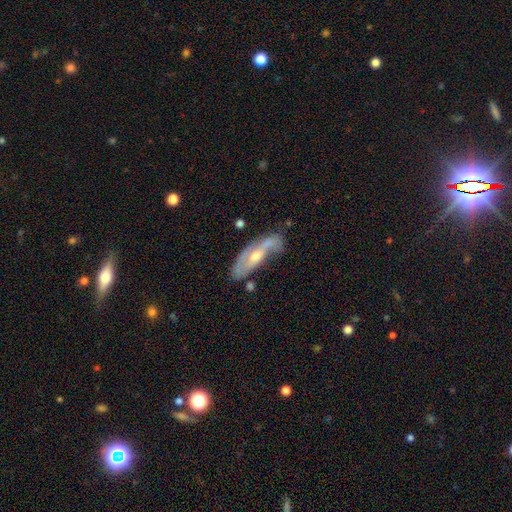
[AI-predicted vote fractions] Smooth or featured? Predicted: featured or disk (p=0.70). Edge-on disk? Predicted: no (p=0.79). Bar? Predicted: no (p=0.46). Spiral arms? Predicted: yes (p=0.74). Bulge size? Predicted: moderate (p=0.57). Merging? Predicted: none (p=0.45).